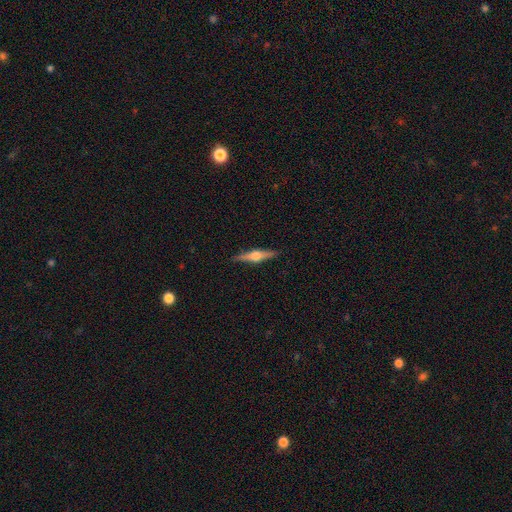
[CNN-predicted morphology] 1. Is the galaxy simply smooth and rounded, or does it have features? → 74% featured or disk, 20% smooth, 6% star or artifact.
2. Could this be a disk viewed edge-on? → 98% yes, 2% no.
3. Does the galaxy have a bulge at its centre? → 94% rounded, 4% boxy, 2% none.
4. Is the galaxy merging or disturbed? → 90% none, 7% minor disturbance, 2% major disturbance, 1% merger.